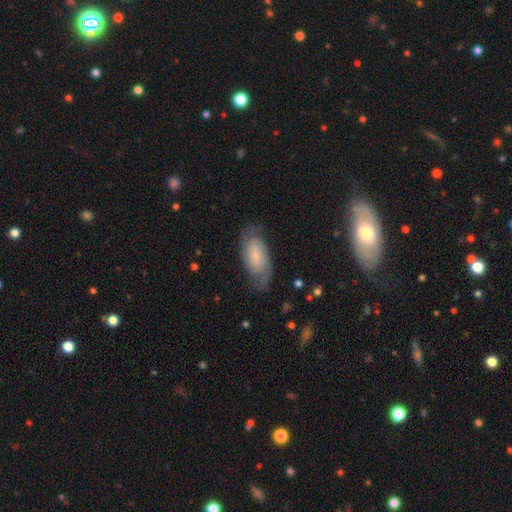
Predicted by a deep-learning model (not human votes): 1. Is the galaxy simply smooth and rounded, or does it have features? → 54% featured or disk, 38% smooth, 8% star or artifact.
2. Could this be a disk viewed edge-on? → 93% no, 7% yes.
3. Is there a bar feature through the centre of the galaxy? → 66% no, 27% weak, 6% strong.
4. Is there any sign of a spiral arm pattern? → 88% yes, 12% no.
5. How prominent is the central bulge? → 61% small, 18% moderate, 13% none, 5% large, 2% dominant.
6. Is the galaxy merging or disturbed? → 69% none, 21% minor disturbance, 9% major disturbance, 1% merger.